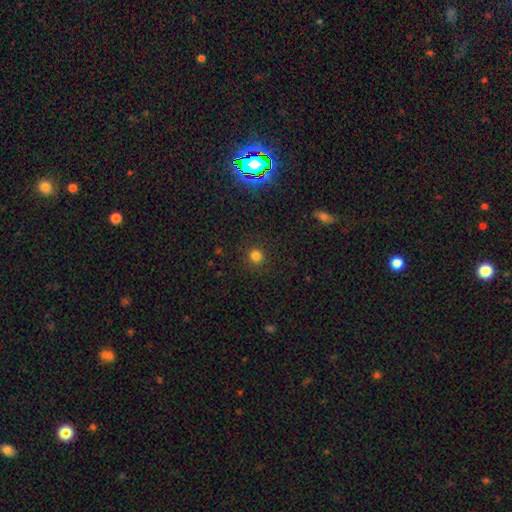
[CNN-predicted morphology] Smooth or featured?
  - smooth: 81% *
  - star or artifact: 15%
  - featured or disk: 4%
How rounded?
  - round: 92% *
  - in between: 7%
  - cigar-shaped: 1%
Merging?
  - none: 90% *
  - minor disturbance: 6%
  - major disturbance: 3%
  - merger: 1%